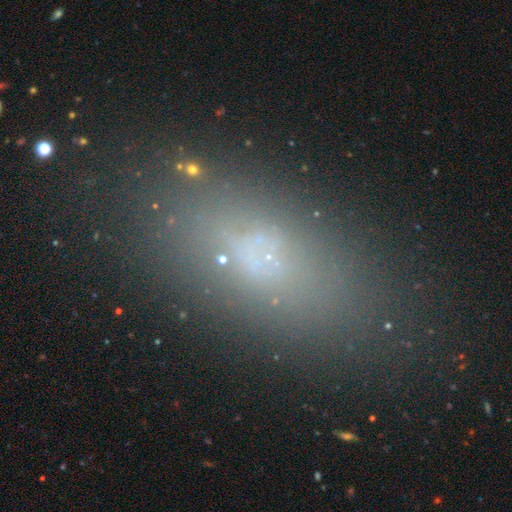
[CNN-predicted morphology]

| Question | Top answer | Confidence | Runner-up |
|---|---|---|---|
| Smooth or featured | smooth | 56% | featured or disk (25%) |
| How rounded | in between | 78% | cigar-shaped (17%) |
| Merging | none | 73% | minor disturbance (16%) |